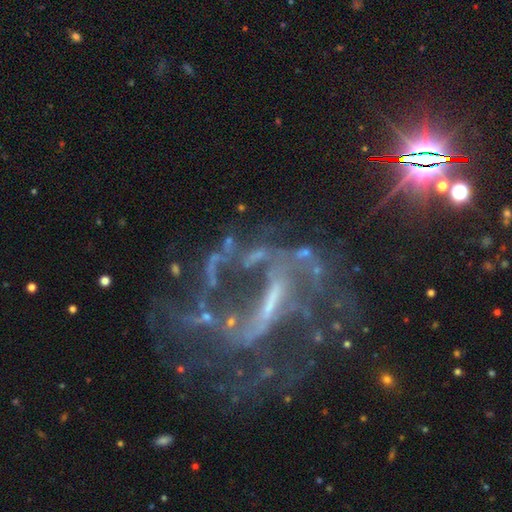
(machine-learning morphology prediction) A featured or disk galaxy (65%) with a strong bar (47%), spiral arms (56%) and no central bulge (38%). Merging: none (38%).